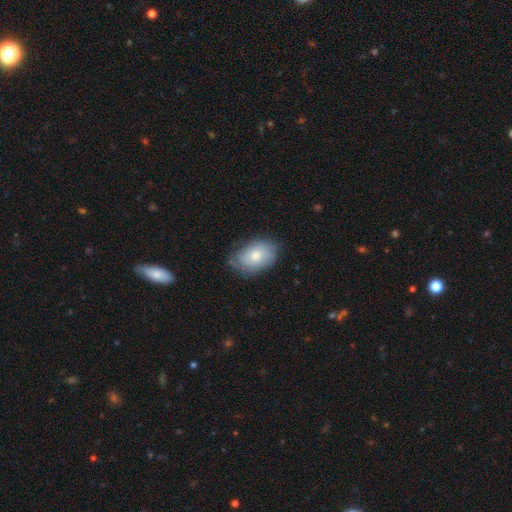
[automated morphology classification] The model was most divided on "merging": none: 69%, minor disturbance: 24%, major disturbance: 5%, merger: 1%. More confident: how rounded — in between (87%); smooth or featured — smooth (73%).